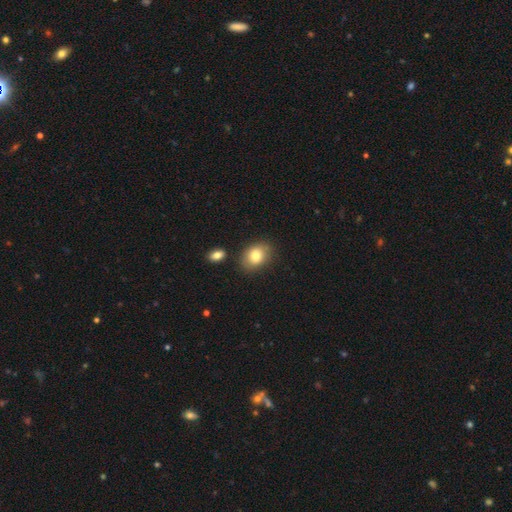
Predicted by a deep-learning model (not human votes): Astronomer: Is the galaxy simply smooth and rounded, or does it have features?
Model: smooth — 80%.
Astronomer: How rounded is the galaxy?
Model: in between — 63%.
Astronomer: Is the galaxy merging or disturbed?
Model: none — 77%.